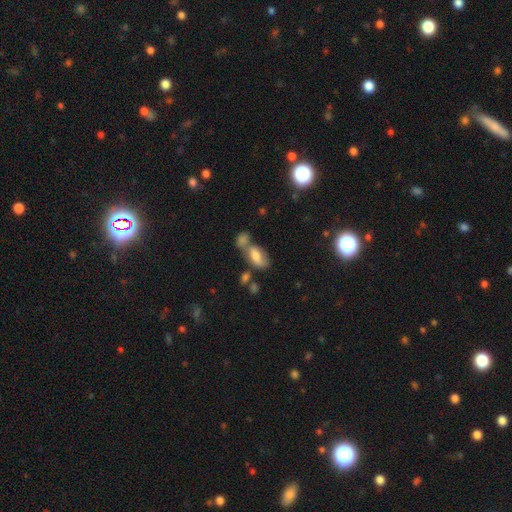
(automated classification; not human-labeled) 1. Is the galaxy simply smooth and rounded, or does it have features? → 66% smooth, 24% featured or disk, 9% star or artifact.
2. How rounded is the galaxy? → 90% in between, 5% round, 5% cigar-shaped.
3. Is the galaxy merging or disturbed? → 41% merger, 35% none, 15% minor disturbance, 9% major disturbance.